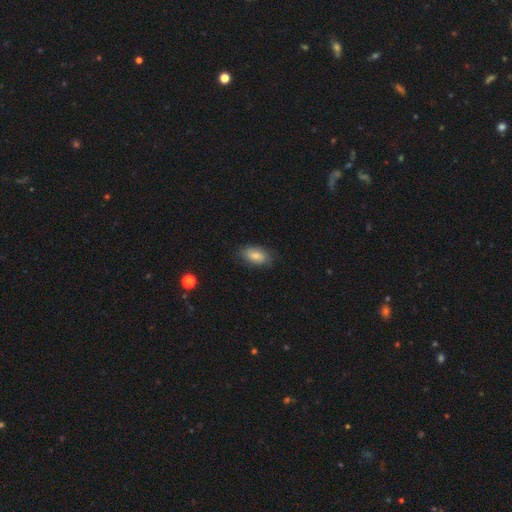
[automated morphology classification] Overall: smooth (74%). How rounded: in between (92%). Merging: none (78%).